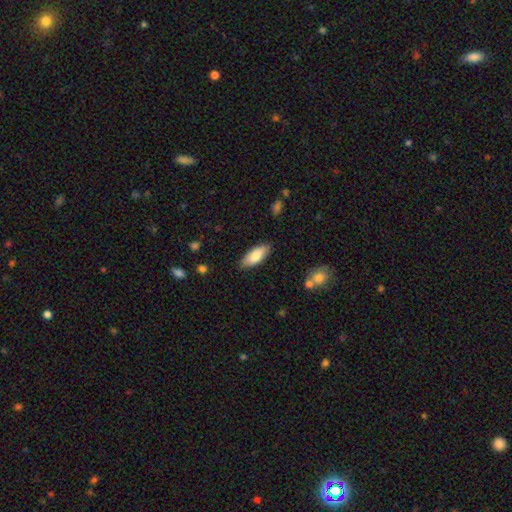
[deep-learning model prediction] A smooth galaxy with no disk features (81%) that is in between round and cigar-shaped (78%). Merging: none (86%).